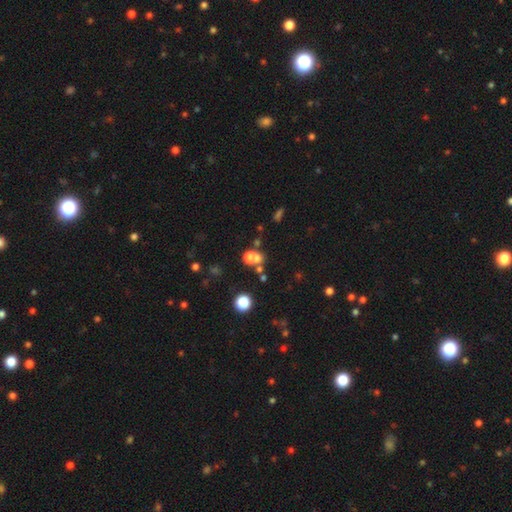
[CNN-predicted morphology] A smooth galaxy with no disk features (63%) that is round (75%).

Vote fractions:
- Smooth or featured? smooth: 63% / star or artifact: 19% / featured or disk: 18%
- How rounded? round: 75% / in between: 24% / cigar-shaped: 1%
- Merging? merger: 52% / none: 36% / minor disturbance: 7% / major disturbance: 5%